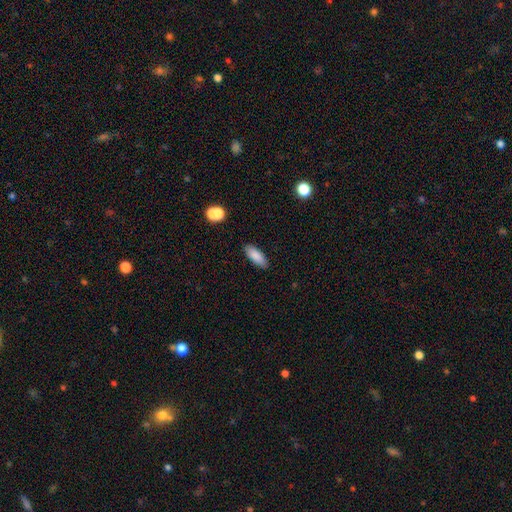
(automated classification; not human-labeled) smooth_or_featured: smooth (p=0.86) [alt: star or artifact p=0.07]
how_rounded: in between (p=0.72) [alt: cigar-shaped p=0.26]
merging: none (p=0.87) [alt: minor disturbance p=0.09]